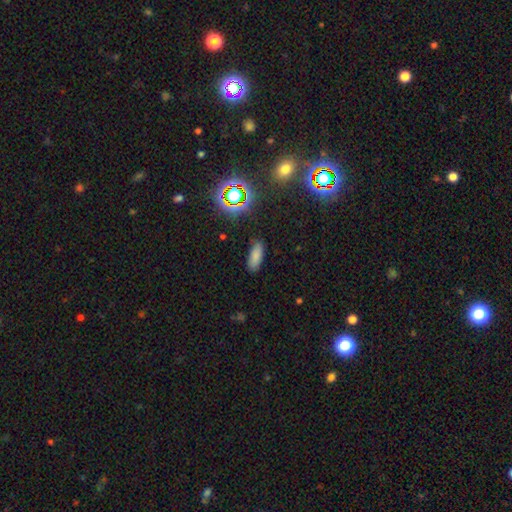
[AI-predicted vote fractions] Smooth or featured? Predicted: smooth (p=0.78). How rounded? Predicted: in between (p=0.74). Merging? Predicted: none (p=0.86).